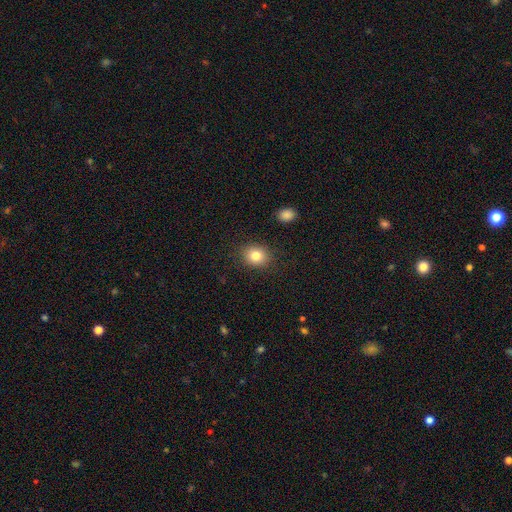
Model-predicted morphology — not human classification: Smooth or featured?
  - smooth: 82% *
  - star or artifact: 10%
  - featured or disk: 8%
How rounded?
  - round: 63% *
  - in between: 36%
  - cigar-shaped: 1%
Merging?
  - none: 87% *
  - minor disturbance: 8%
  - major disturbance: 3%
  - merger: 2%